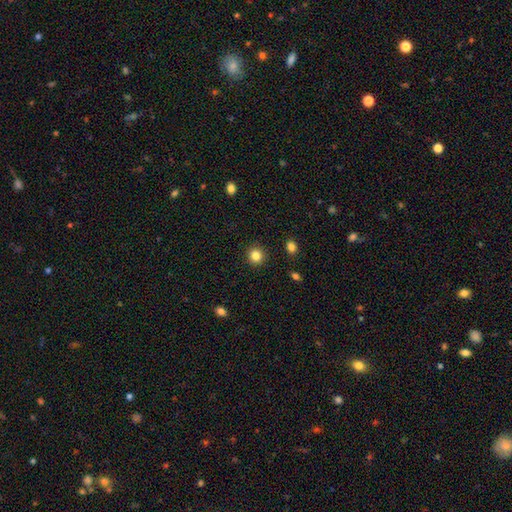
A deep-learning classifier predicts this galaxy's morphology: Q: Smooth or featured?
A: smooth (84%); runner-up: star or artifact (11%)
Q: How rounded?
A: round (93%); runner-up: in between (6%)
Q: Merging?
A: none (92%); runner-up: minor disturbance (5%)